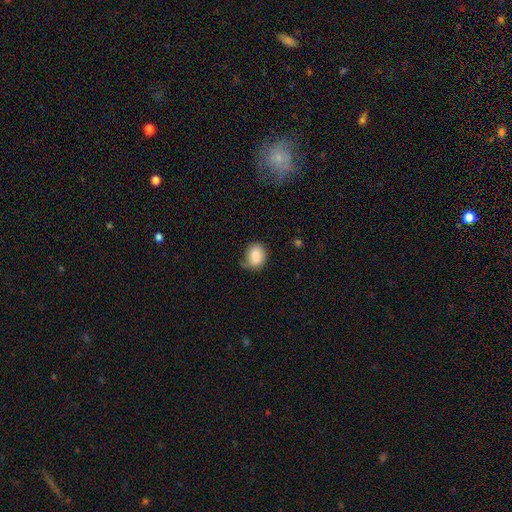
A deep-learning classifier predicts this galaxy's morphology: This appears to be a smooth galaxy with no disk features (79%) that is in between round and cigar-shaped (56%). Merging: none (59%).